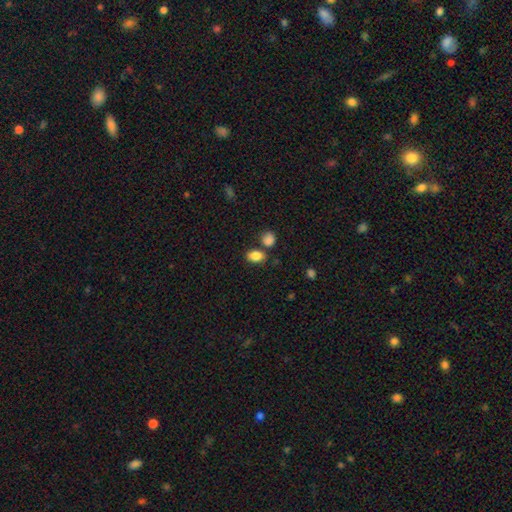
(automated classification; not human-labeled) This is clearly a smooth galaxy (86%). How rounded: likely in between (78%). Merging: likely none (69%).